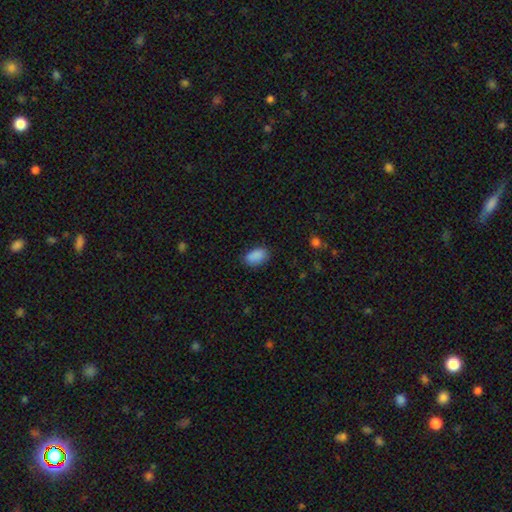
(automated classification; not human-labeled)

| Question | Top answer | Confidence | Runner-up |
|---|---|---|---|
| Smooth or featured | smooth | 89% | star or artifact (8%) |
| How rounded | in between | 91% | round (7%) |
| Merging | none | 80% | minor disturbance (15%) |